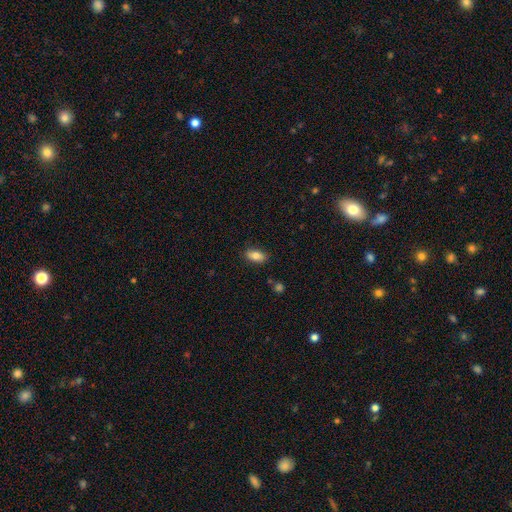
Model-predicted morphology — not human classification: Smooth or featured? smooth (81%)
How rounded? in between (89%)
Merging? none (85%)